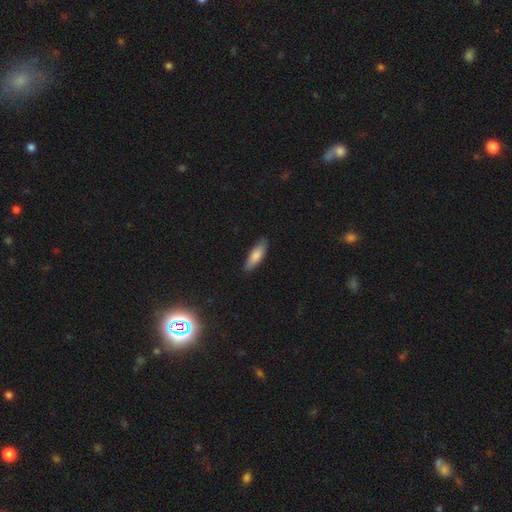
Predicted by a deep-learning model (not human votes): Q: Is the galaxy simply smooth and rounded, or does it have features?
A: smooth — 80%.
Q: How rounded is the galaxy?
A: in between — 53%.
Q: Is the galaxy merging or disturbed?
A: none — 85%.